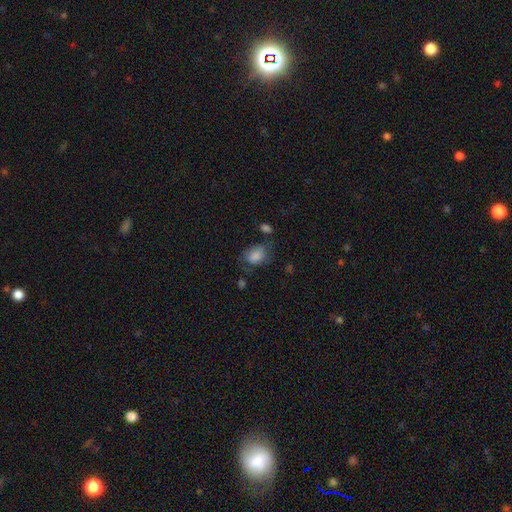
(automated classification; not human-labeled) Smooth or featured?
  - smooth: 81% *
  - featured or disk: 10%
  - star or artifact: 9%
How rounded?
  - in between: 71% *
  - round: 28%
  - cigar-shaped: 1%
Merging?
  - none: 49% *
  - minor disturbance: 30%
  - major disturbance: 16%
  - merger: 6%